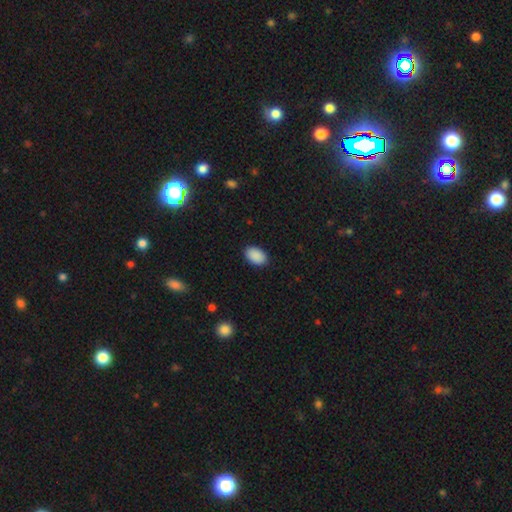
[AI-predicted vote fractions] A smooth galaxy with no disk features (90%) that is in between round and cigar-shaped (90%).

Vote fractions:
- Smooth or featured? smooth: 90% / star or artifact: 7% / featured or disk: 2%
- How rounded? in between: 90% / round: 9% / cigar-shaped: 1%
- Merging? none: 89% / minor disturbance: 8% / major disturbance: 2% / merger: 1%